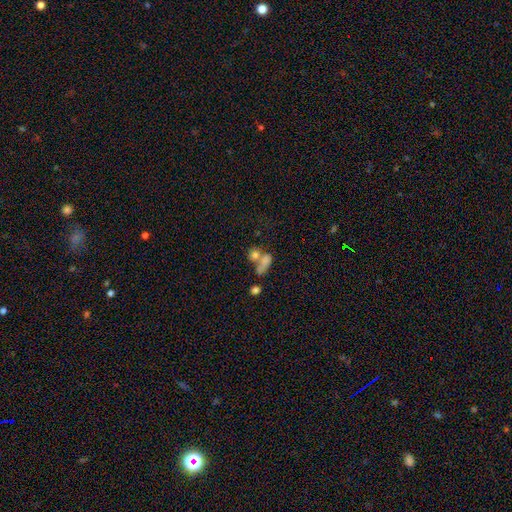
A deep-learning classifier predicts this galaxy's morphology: A smooth galaxy with no disk features (69%) that is round (46%, tied with in between). Merging: merger (46%).